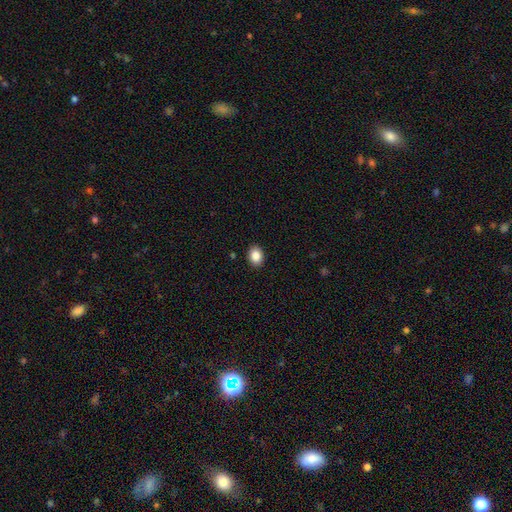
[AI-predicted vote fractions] smooth-or-featured: smooth: 87% | star or artifact: 9% | featured or disk: 4%
  how-rounded: in between: 60% | round: 40% | cigar-shaped: 1%
  merging: none: 90% | minor disturbance: 7% | major disturbance: 2% | merger: 1%